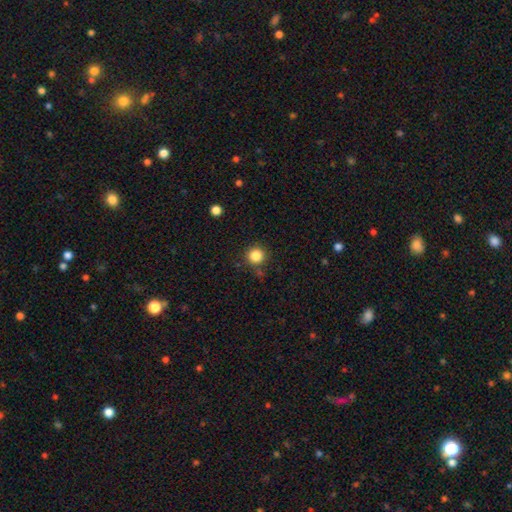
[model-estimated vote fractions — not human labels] smooth 85%, star or artifact 11%, featured or disk 4%. Down the decision tree: how rounded — round (94%); merging — none (86%).